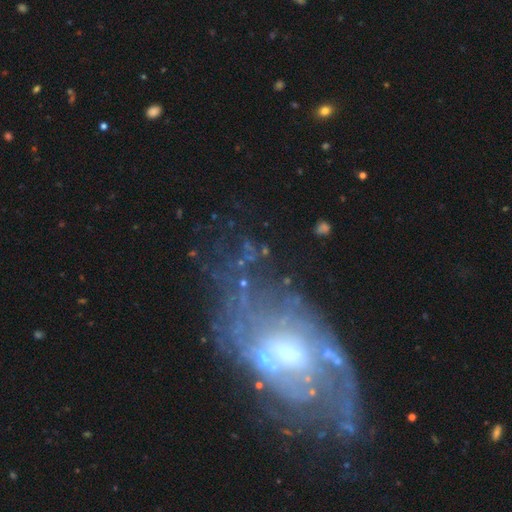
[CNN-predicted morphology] Smooth or featured?
  - featured or disk: 74% *
  - smooth: 14%
  - star or artifact: 12%
Edge-on disk?
  - no: 94% *
  - yes: 6%
Bar?
  - no: 51% *
  - weak: 38%
  - strong: 11%
Spiral arms?
  - yes: 68% *
  - no: 32%
Bulge size?
  - small: 47% *
  - moderate: 38%
  - none: 8%
  - large: 5%
  - dominant: 2%
Merging?
  - none: 54% *
  - major disturbance: 21%
  - minor disturbance: 20%
  - merger: 5%